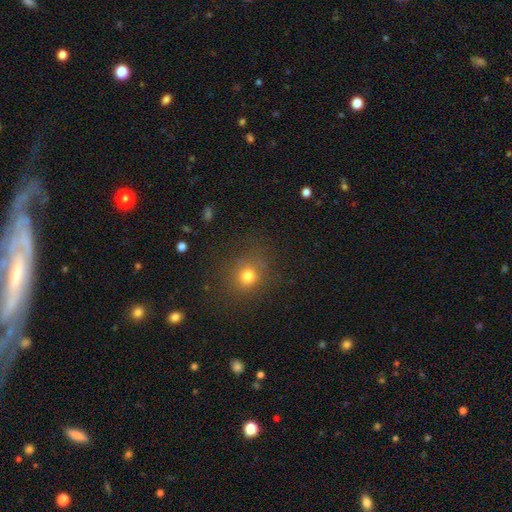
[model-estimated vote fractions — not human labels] Smooth or featured: smooth — 61% (star or artifact — 31%)
How rounded: round — 86% (in between — 12%)
Merging: none — 89% (minor disturbance — 7%)